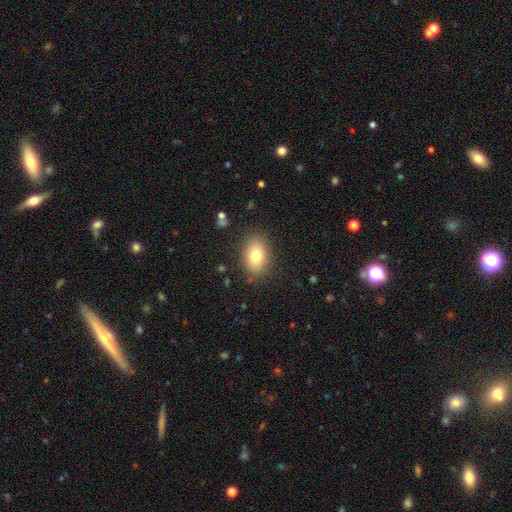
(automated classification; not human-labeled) smooth_or_featured: smooth (p=0.80) [alt: featured or disk p=0.12]
how_rounded: in between (p=0.84) [alt: round p=0.15]
merging: none (p=0.85) [alt: minor disturbance p=0.11]